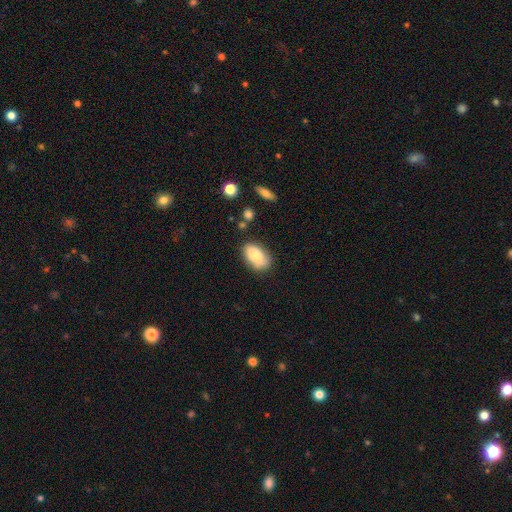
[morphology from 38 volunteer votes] Q: Smooth or featured?
A: smooth (87%); runner-up: featured or disk (11%)
Q: How rounded?
A: in between (94%); runner-up: round (6%)
Q: Merging?
A: none (68%); runner-up: minor disturbance (24%)